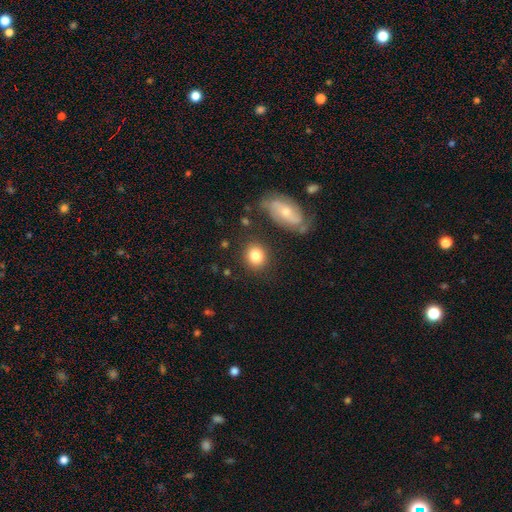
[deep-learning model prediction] smooth-or-featured: smooth: 82% | featured or disk: 10% | star or artifact: 8%
  how-rounded: round: 67% | in between: 32% | cigar-shaped: 1%
  merging: none: 79% | minor disturbance: 11% | merger: 6% | major disturbance: 4%